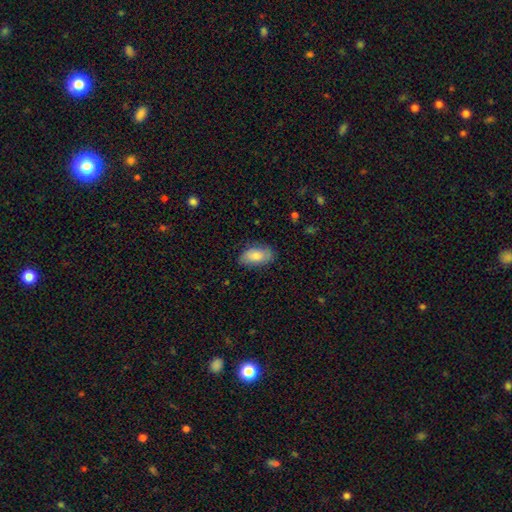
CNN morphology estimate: This is likely a smooth galaxy (74%). How rounded: clearly in between (93%). Merging: likely none (76%).